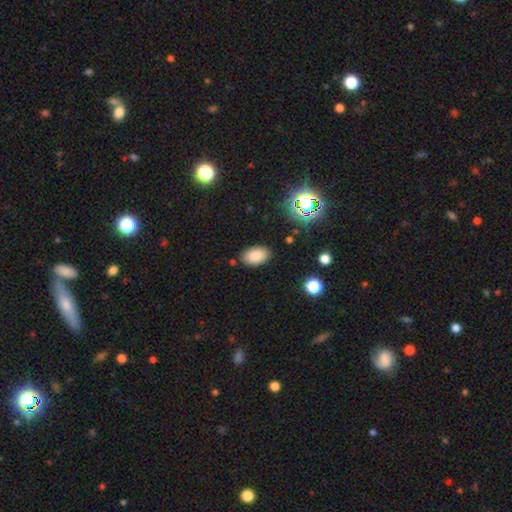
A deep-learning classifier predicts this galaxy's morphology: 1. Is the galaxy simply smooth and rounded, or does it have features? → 85% smooth, 10% star or artifact, 5% featured or disk.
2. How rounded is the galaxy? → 92% in between, 7% round, 1% cigar-shaped.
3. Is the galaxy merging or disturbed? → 84% none, 11% minor disturbance, 3% major disturbance, 2% merger.